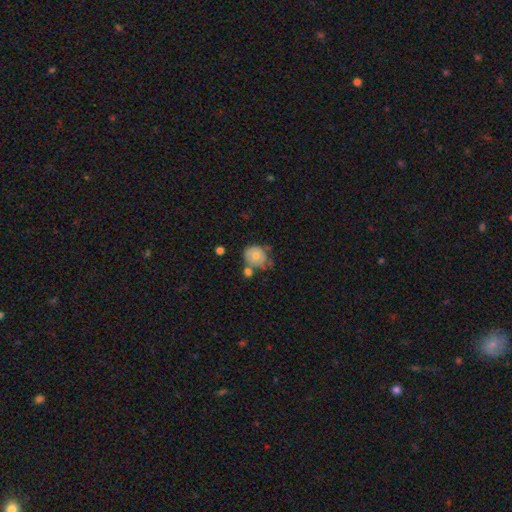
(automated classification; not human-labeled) Overall: smooth (65%; featured or disk 27%). How rounded: round (72%). Merging: none (39%; minor disturbance 29%).